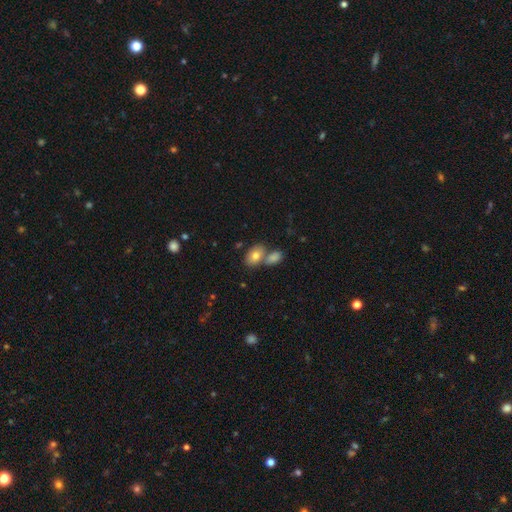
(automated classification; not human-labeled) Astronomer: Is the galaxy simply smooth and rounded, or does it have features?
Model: smooth — 79%.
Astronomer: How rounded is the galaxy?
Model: in between — 88%.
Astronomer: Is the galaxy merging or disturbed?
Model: none — 50% (runner-up: merger, 36%).